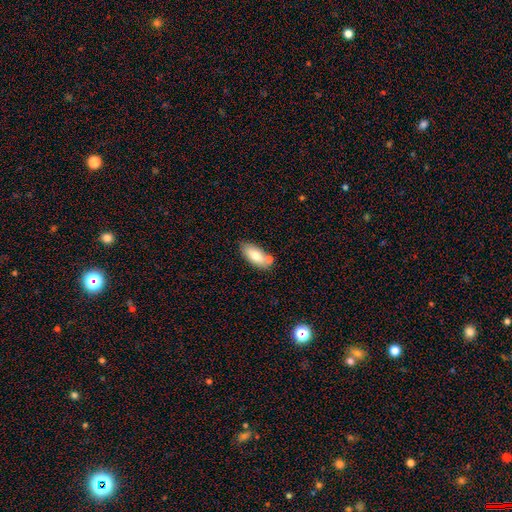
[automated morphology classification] The model was most divided on "merging": none: 67%, minor disturbance: 15%, merger: 14%, major disturbance: 3%. More confident: how rounded — in between (87%); smooth or featured — smooth (74%).